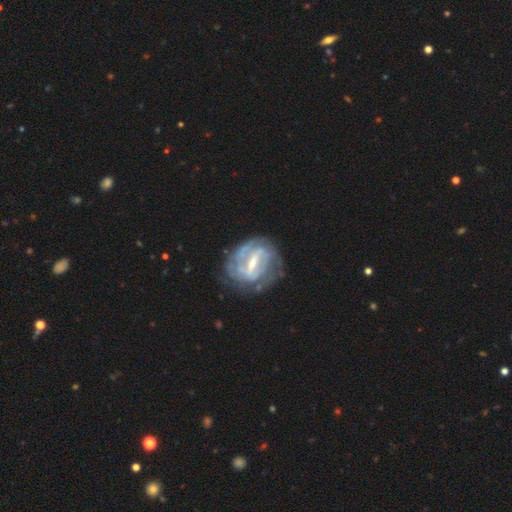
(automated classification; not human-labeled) Q: Smooth or featured?
A: featured or disk (83%); runner-up: smooth (11%)
Q: Edge-on disk?
A: no (96%); runner-up: yes (4%)
Q: Bar?
A: strong (64%); runner-up: weak (29%)
Q: Spiral arms?
A: yes (82%); runner-up: no (18%)
Q: Spiral winding?
A: tight (58%); runner-up: medium (31%)
Q: Spiral arm count?
A: 2 (39%); runner-up: can't tell (38%)
Q: Bulge size?
A: moderate (42%); runner-up: small (40%)
Q: Merging?
A: none (63%); runner-up: minor disturbance (21%)